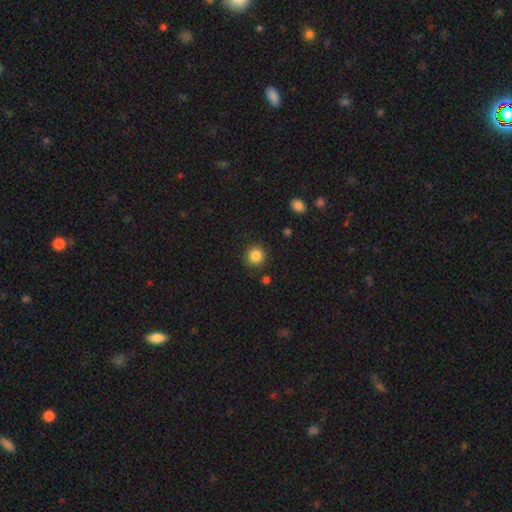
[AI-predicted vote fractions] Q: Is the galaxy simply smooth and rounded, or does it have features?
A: smooth — 86%.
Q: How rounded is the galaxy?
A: round — 93%.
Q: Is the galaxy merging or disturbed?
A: none — 89%.